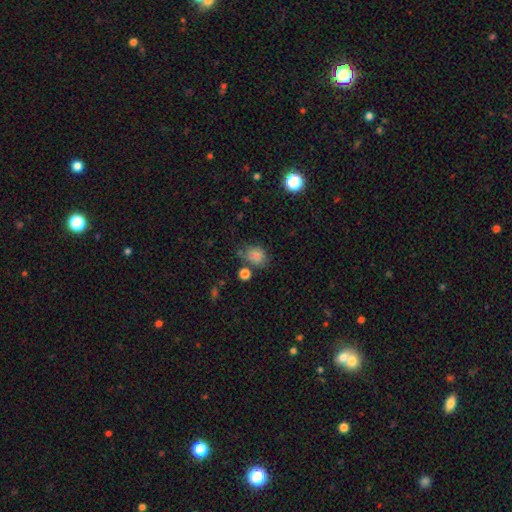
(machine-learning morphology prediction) Q: Smooth or featured?
A: smooth (81%); runner-up: star or artifact (13%)
Q: How rounded?
A: round (51%); runner-up: in between (48%)
Q: Merging?
A: none (63%); runner-up: minor disturbance (21%)